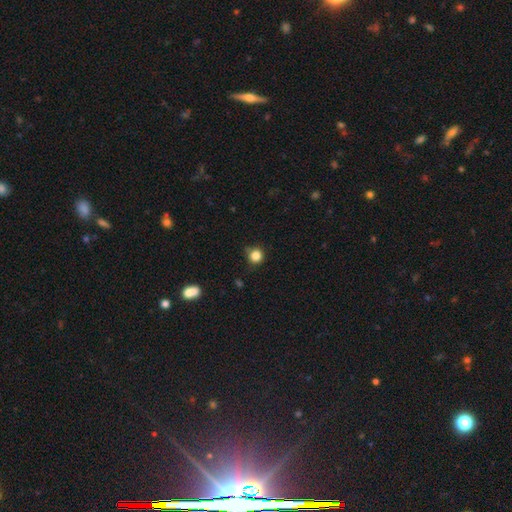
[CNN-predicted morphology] This appears to be a smooth galaxy with no disk features (84%) that is round (92%). Merging: none (79%).